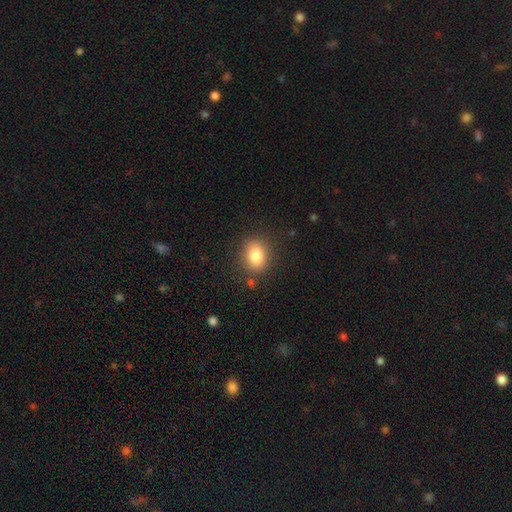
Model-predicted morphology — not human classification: Q: Smooth or featured?
A: smooth (84%); runner-up: star or artifact (9%)
Q: How rounded?
A: in between (63%); runner-up: round (36%)
Q: Merging?
A: none (83%); runner-up: minor disturbance (11%)